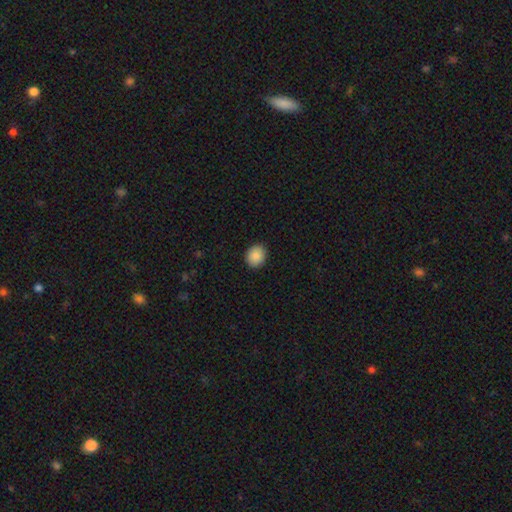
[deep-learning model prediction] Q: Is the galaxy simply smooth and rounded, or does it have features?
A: smooth — 89%.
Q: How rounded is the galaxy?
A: round — 66%.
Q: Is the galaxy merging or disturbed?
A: none — 90%.